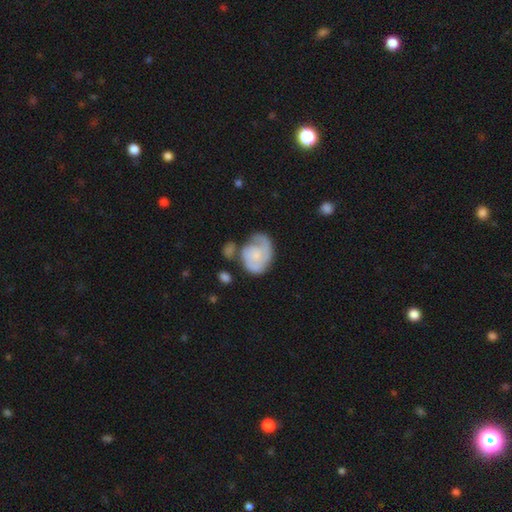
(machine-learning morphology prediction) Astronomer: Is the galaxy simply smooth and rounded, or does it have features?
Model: featured or disk — 59%.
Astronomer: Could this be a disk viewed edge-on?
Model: no — 97%.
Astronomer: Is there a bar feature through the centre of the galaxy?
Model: no — 75%.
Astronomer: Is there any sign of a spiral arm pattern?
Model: yes — 81%.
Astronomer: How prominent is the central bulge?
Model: small — 50%.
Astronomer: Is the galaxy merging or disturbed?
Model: none — 41% (runner-up: minor disturbance, 26%).